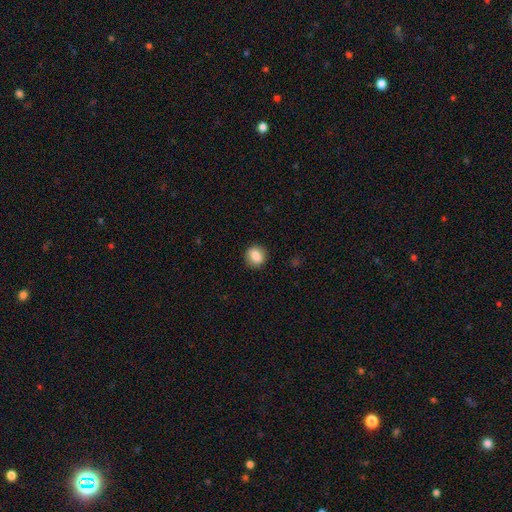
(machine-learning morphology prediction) smooth 84%, star or artifact 8%, featured or disk 7%. Down the decision tree: how rounded — round (78%); merging — none (89%).